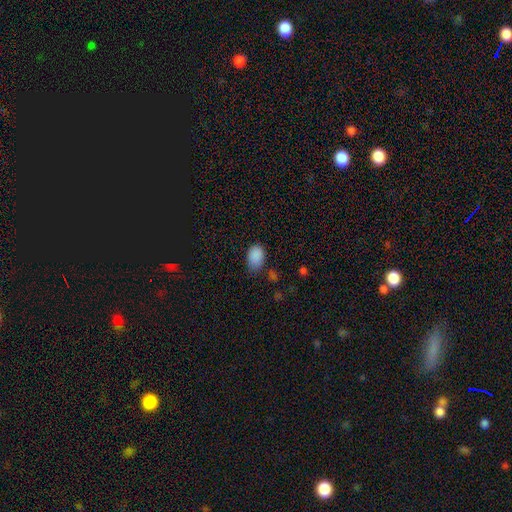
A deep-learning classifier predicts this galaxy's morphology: A smooth galaxy with no disk features (87%) that is in between round and cigar-shaped (83%).

Vote fractions:
- Smooth or featured? smooth: 87% / star or artifact: 9% / featured or disk: 4%
- How rounded? in between: 83% / round: 16% / cigar-shaped: 1%
- Merging? none: 59% / minor disturbance: 32% / major disturbance: 6% / merger: 3%